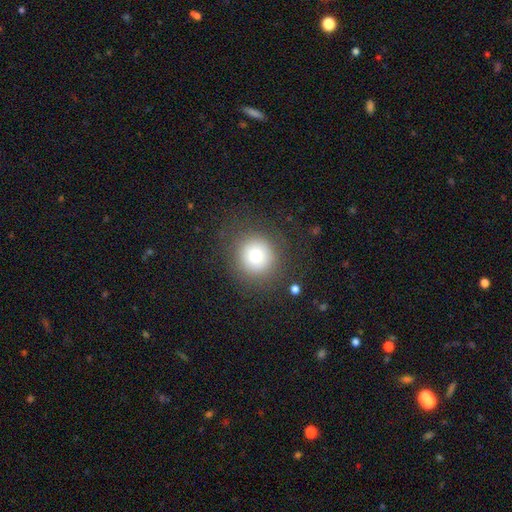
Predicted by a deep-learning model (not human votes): smooth_or_featured: smooth (p=0.73) [alt: star or artifact p=0.14]
how_rounded: round (p=0.94) [alt: in between p=0.05]
merging: none (p=0.84) [alt: minor disturbance p=0.09]